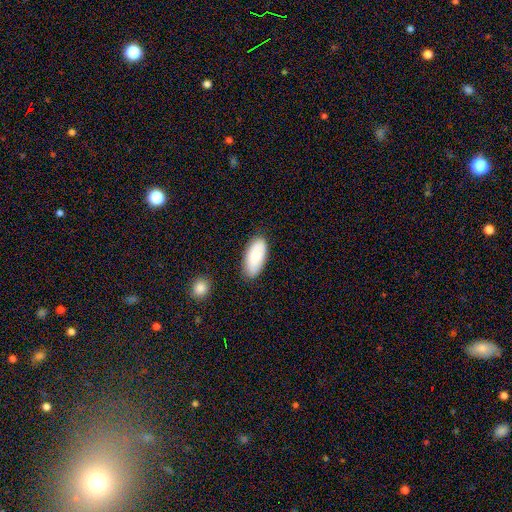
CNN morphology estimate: Overall: smooth (81%). How rounded: in between (92%). Merging: none (83%).